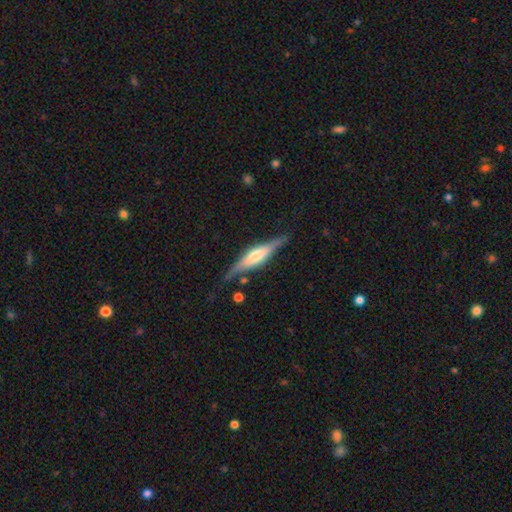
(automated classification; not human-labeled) smooth_or_featured: featured or disk (p=0.69) [alt: smooth p=0.25]
disk_edge_on: yes (p=0.95) [alt: no p=0.05]
edge_on_bulge: rounded (p=0.63) [alt: boxy p=0.31]
merging: none (p=0.79) [alt: minor disturbance p=0.15]